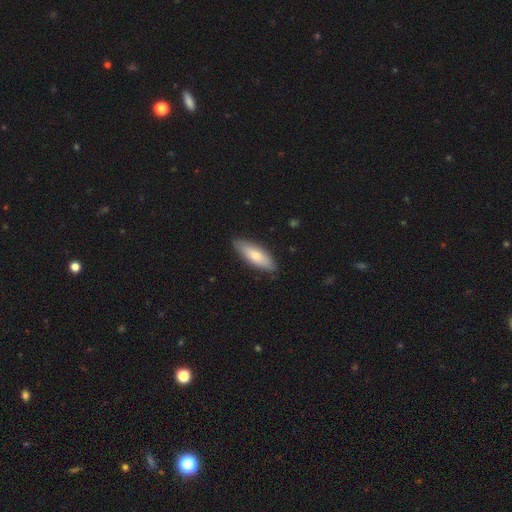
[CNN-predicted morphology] A smooth galaxy with no disk features (71%) that is in between round and cigar-shaped (60%).

Vote fractions:
- Smooth or featured? smooth: 71% / featured or disk: 24% / star or artifact: 5%
- How rounded? in between: 60% / cigar-shaped: 38% / round: 2%
- Merging? none: 86% / minor disturbance: 11% / major disturbance: 2% / merger: 1%